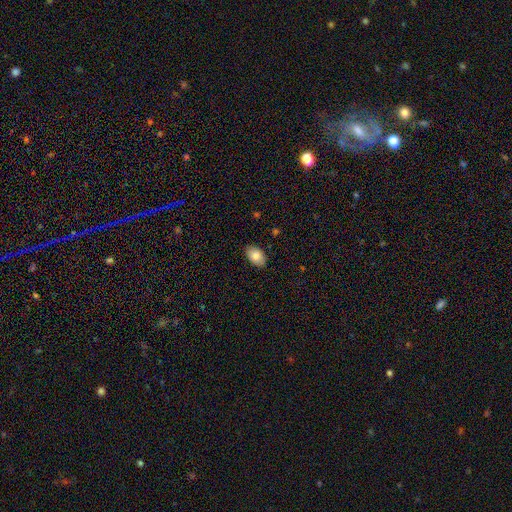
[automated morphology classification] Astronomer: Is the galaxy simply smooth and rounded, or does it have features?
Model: smooth — 83%.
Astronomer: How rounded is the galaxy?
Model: in between — 88%.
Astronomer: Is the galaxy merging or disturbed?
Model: none — 88%.